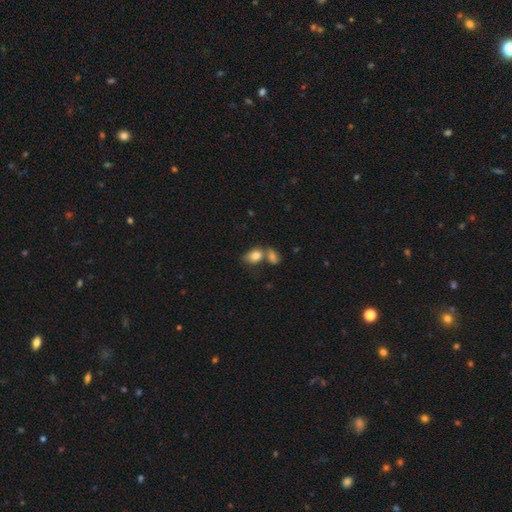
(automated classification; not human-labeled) The model was most divided on "merging": merger: 47%, none: 37%, minor disturbance: 12%, major disturbance: 5%. More confident: smooth or featured — smooth (82%); how rounded — in between (79%).